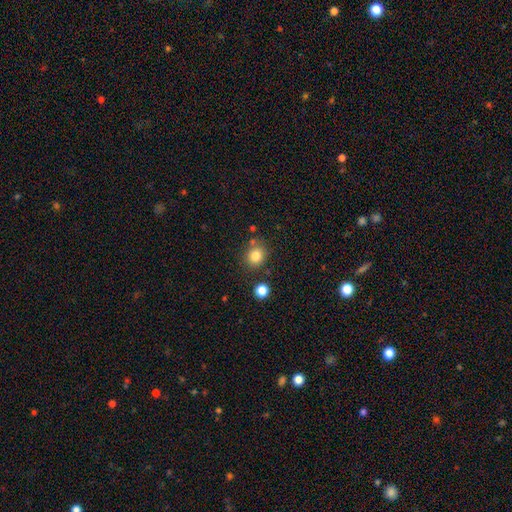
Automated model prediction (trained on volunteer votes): A smooth galaxy with no disk features (83%) that is round (80%). Merging: none (77%).